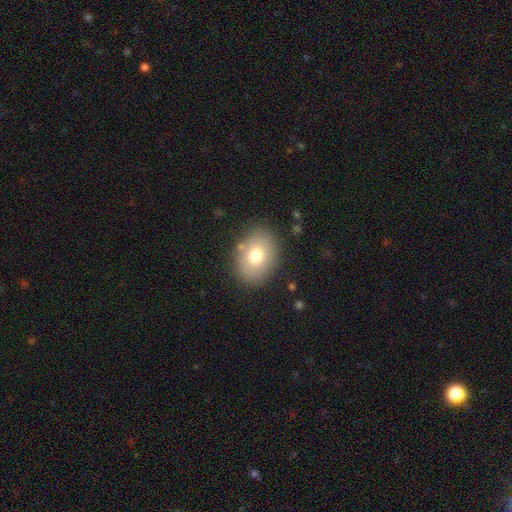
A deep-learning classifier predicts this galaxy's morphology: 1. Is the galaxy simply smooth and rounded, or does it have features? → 74% smooth, 17% featured or disk, 9% star or artifact.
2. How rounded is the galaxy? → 75% in between, 24% round, 1% cigar-shaped.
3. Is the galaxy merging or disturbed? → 84% none, 11% minor disturbance, 4% major disturbance, 2% merger.